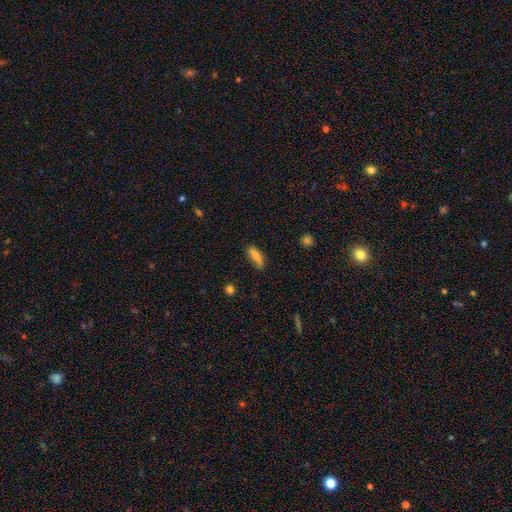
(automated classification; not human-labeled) Smooth or featured? Predicted: smooth (p=0.73). How rounded? Predicted: in between (p=0.60). Merging? Predicted: none (p=0.76).